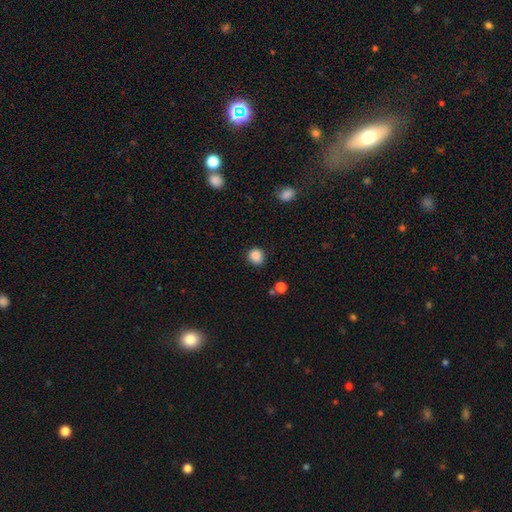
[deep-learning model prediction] Smooth or featured?
  - smooth: 87% *
  - star or artifact: 10%
  - featured or disk: 3%
How rounded?
  - round: 77% *
  - in between: 22%
  - cigar-shaped: 1%
Merging?
  - none: 83% *
  - minor disturbance: 12%
  - major disturbance: 3%
  - merger: 2%